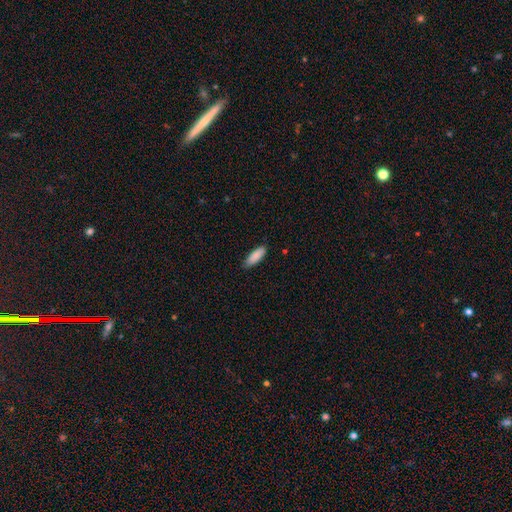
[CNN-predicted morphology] This is clearly a smooth galaxy (89%). How rounded: possibly in between (59%). Merging: clearly none (84%).